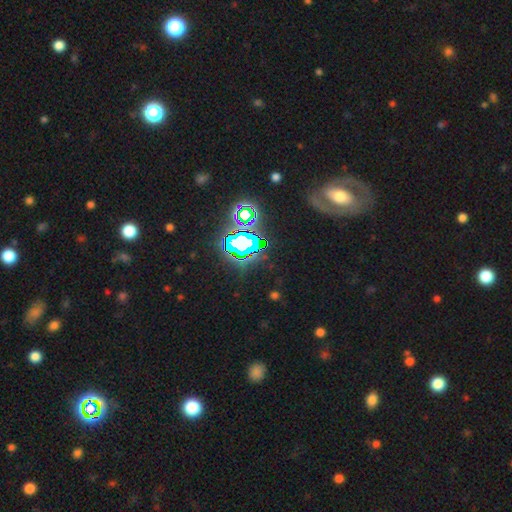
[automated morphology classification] type=star or artifact (54%).